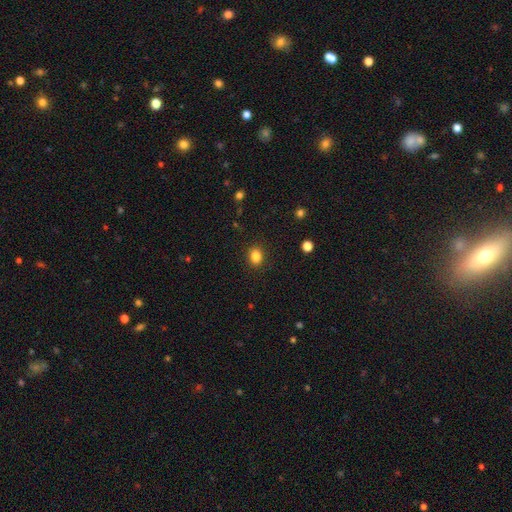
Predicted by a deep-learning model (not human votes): smooth 85%, star or artifact 11%, featured or disk 5%. Down the decision tree: how rounded — round (52%); merging — none (89%).